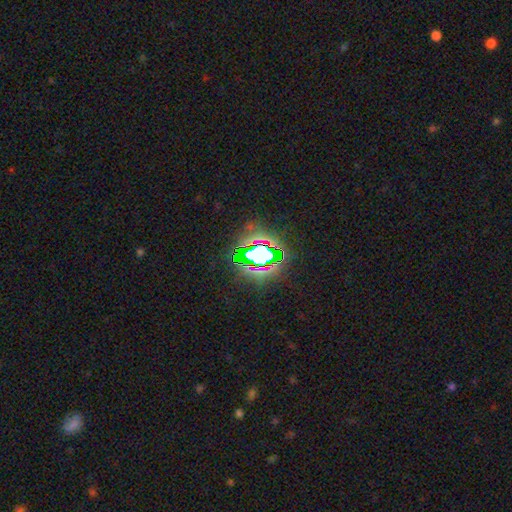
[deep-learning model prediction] This is clearly a star or artifact rather than a galaxy (81%).